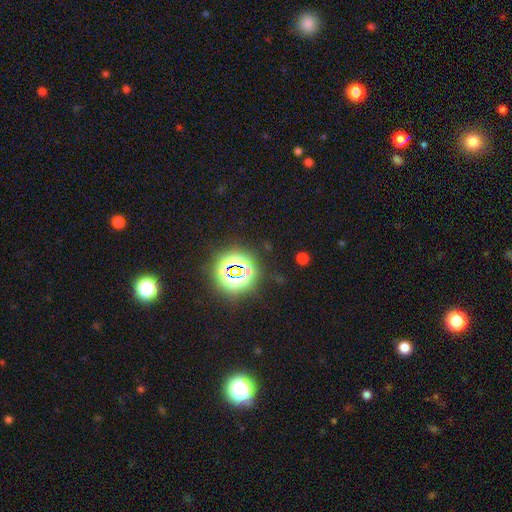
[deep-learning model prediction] smooth_or_featured: star or artifact (p=0.79) [alt: smooth p=0.14]